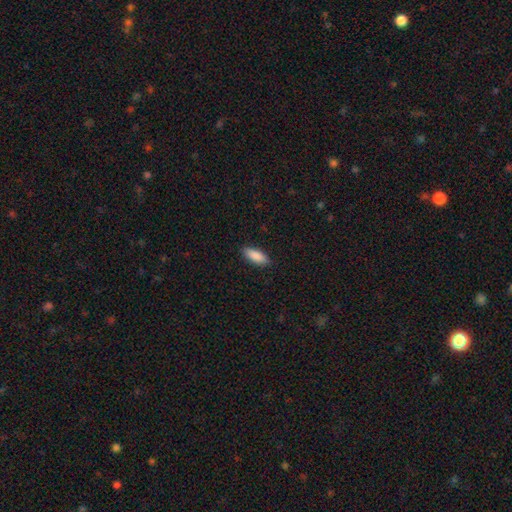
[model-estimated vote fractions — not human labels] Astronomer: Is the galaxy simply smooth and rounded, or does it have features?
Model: smooth — 88%.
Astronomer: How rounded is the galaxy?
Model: in between — 71%.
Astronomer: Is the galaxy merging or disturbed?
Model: none — 88%.